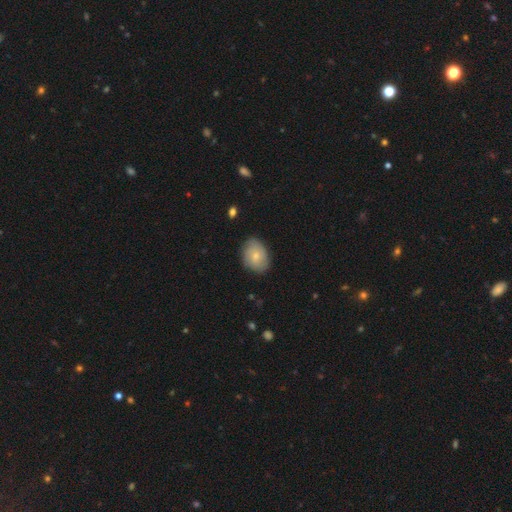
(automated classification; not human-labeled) Smooth or featured?
  - smooth: 72% *
  - featured or disk: 21%
  - star or artifact: 7%
How rounded?
  - in between: 69% *
  - round: 30%
  - cigar-shaped: 1%
Merging?
  - none: 80% *
  - minor disturbance: 16%
  - major disturbance: 3%
  - merger: 1%